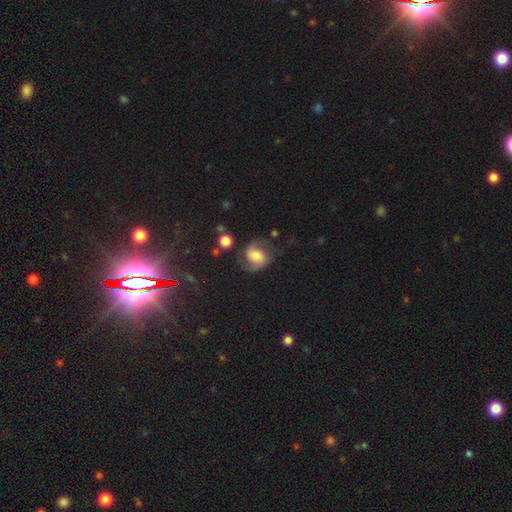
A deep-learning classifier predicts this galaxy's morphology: smooth_or_featured: featured or disk (p=0.62) [alt: smooth p=0.29]
disk_edge_on: no (p=0.98) [alt: yes p=0.02]
bar: no (p=0.54) [alt: weak p=0.36]
has_spiral_arms: yes (p=0.92) [alt: no p=0.08]
spiral_winding: medium (p=0.49) [alt: loose p=0.31]
spiral_arm_count: 2 (p=0.88) [alt: can't tell p=0.05]
bulge_size: large (p=0.33) [alt: moderate p=0.29]
merging: none (p=0.60) [alt: minor disturbance p=0.22]